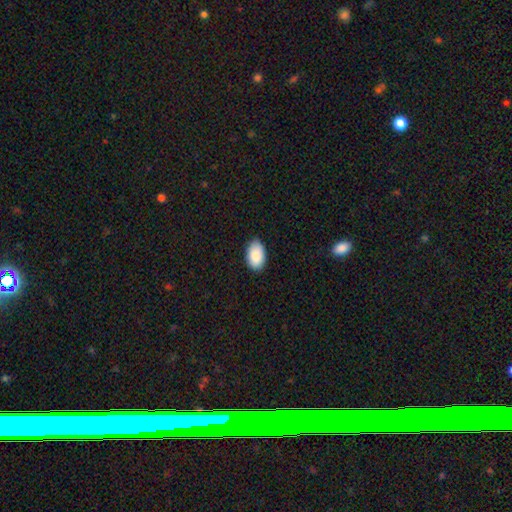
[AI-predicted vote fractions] A smooth galaxy with no disk features (88%) that is in between round and cigar-shaped (94%).

Vote fractions:
- Smooth or featured? smooth: 88% / star or artifact: 6% / featured or disk: 6%
- How rounded? in between: 94% / round: 5% / cigar-shaped: 1%
- Merging? none: 84% / minor disturbance: 13% / major disturbance: 2% / merger: 1%